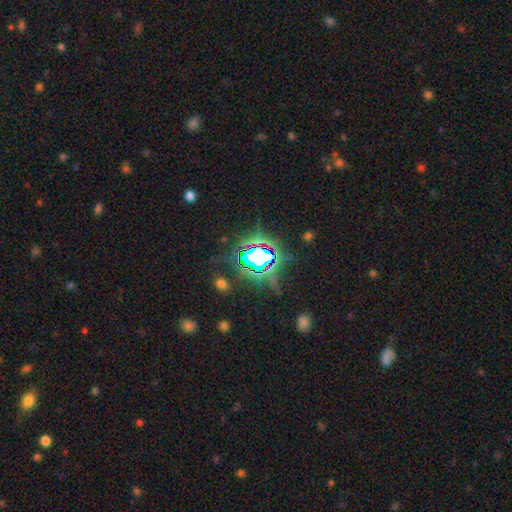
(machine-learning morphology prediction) Smooth or featured: star or artifact — 77% (smooth — 12%)